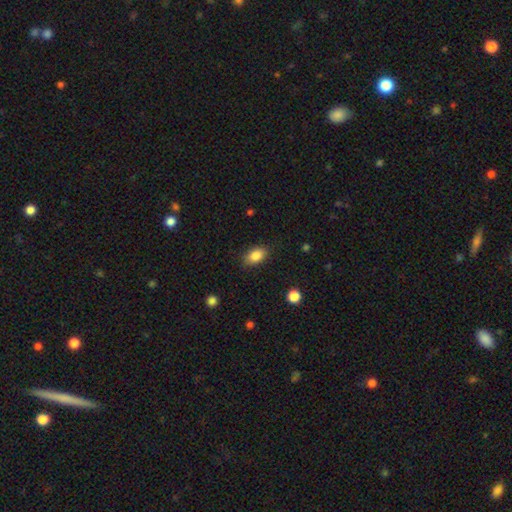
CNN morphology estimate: Overall: smooth (85%). How rounded: in between (86%). Merging: none (85%).